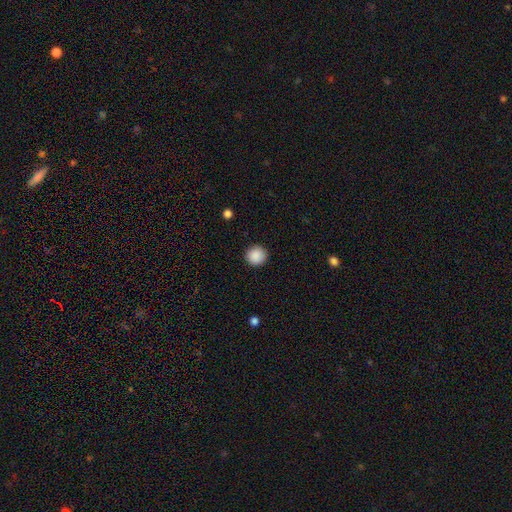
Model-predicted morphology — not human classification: smooth_or_featured: smooth (p=0.89) [alt: star or artifact p=0.08]
how_rounded: round (p=0.94) [alt: in between p=0.05]
merging: none (p=0.92) [alt: minor disturbance p=0.05]